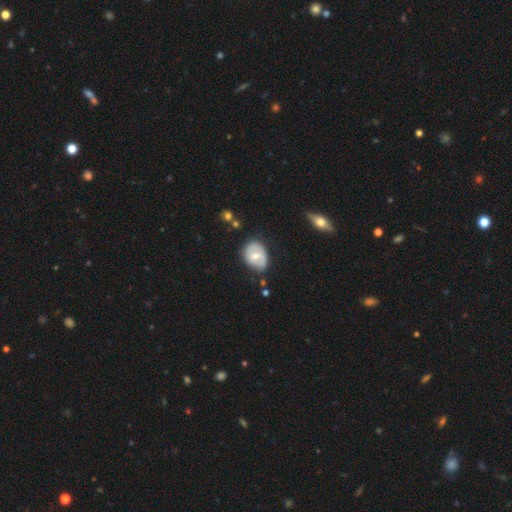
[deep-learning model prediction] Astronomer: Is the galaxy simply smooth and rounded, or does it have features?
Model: smooth — 50% (runner-up: featured or disk, 43%).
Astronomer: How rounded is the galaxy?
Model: in between — 71%.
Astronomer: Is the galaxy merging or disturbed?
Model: none — 64%.